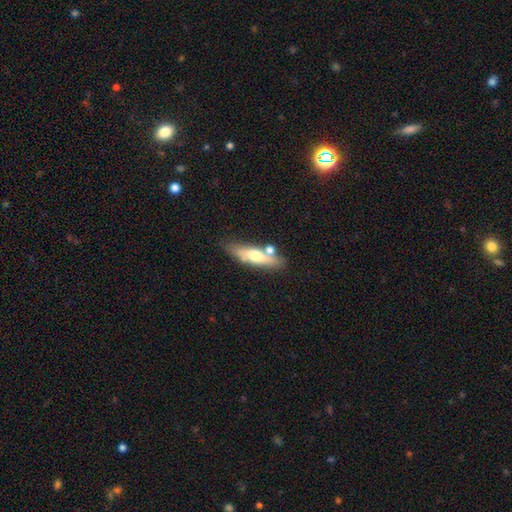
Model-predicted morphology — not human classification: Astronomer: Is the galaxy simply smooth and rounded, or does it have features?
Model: smooth — 50% (runner-up: featured or disk, 43%).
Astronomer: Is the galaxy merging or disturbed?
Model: none — 66%.